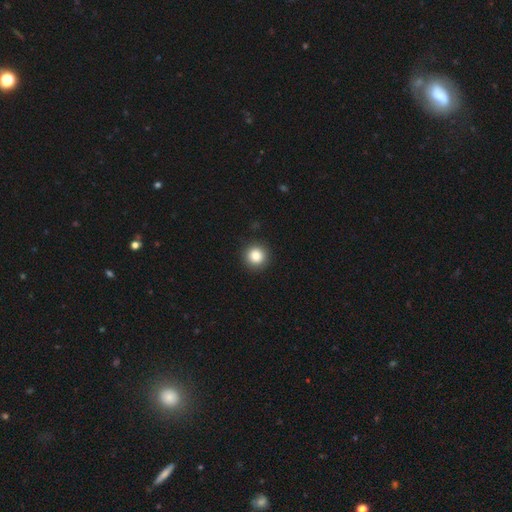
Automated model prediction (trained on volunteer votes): A smooth galaxy with no disk features (84%) that is round (95%). Merging: none (92%).